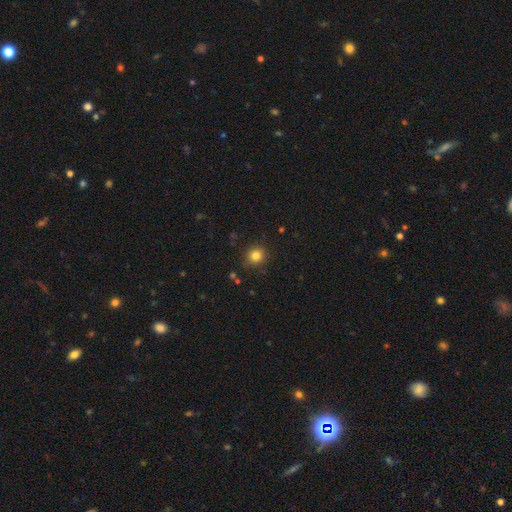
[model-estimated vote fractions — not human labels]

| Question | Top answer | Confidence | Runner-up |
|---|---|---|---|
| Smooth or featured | smooth | 83% | star or artifact (12%) |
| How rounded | round | 89% | in between (10%) |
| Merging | none | 88% | minor disturbance (8%) |